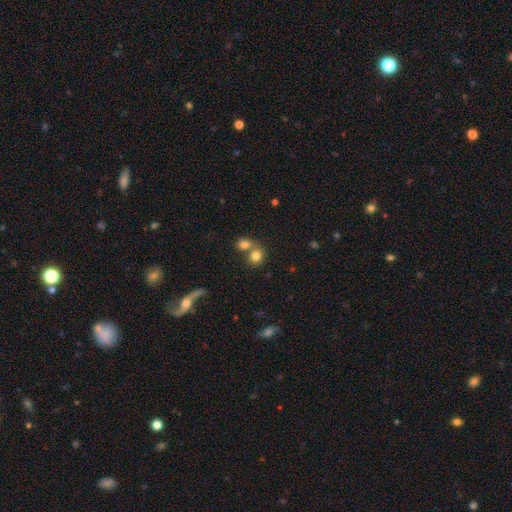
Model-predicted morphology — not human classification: A smooth galaxy with no disk features (79%) that is round (75%). Merging: merger (49%).